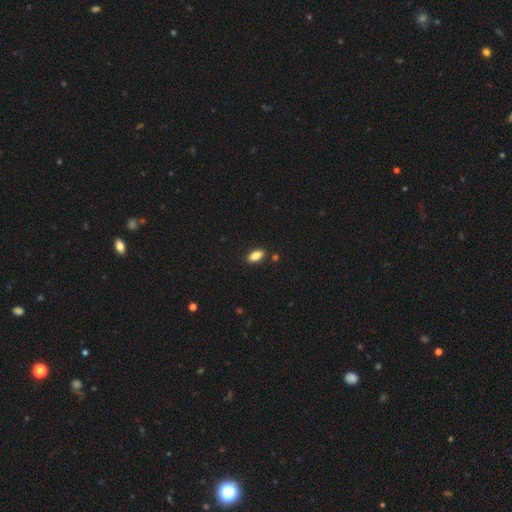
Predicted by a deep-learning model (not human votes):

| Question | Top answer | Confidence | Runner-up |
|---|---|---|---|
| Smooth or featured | smooth | 84% | featured or disk (8%) |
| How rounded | in between | 89% | cigar-shaped (8%) |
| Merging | none | 87% | minor disturbance (9%) |